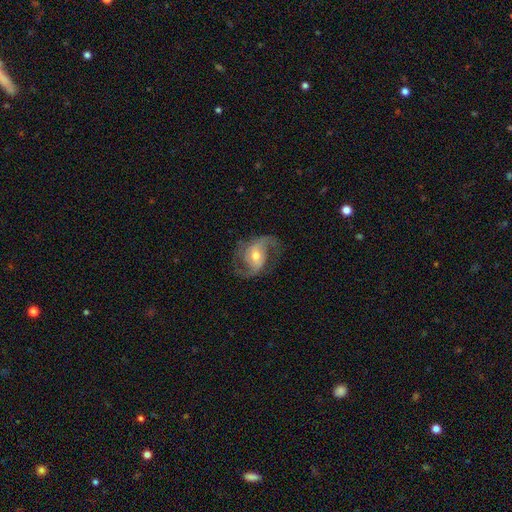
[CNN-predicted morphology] smooth-or-featured: featured or disk: 85% | smooth: 9% | star or artifact: 6%
  disk-edge-on: no: 97% | yes: 3%
    bar: weak: 41% (tied) | no: 41% (tied) | strong: 18%
    has-spiral-arms: yes: 95% | no: 5%
      spiral-winding: medium: 49% | loose: 38% | tight: 13%
      spiral-arm-count: 2: 88% | can't tell: 4% | 3: 3% | 1: 3% | 4: 1% | more than 4: 1%
    bulge-size: moderate: 65% | small: 26% | large: 6% | none: 1% | dominant: 1%
  merging: none: 72% | minor disturbance: 16% | major disturbance: 11% | merger: 1%